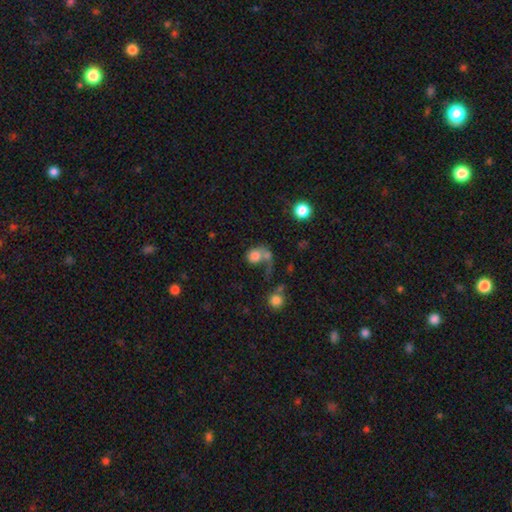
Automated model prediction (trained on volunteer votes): A smooth galaxy with no disk features (71%) that is round (65%). Merging: merger (43%).